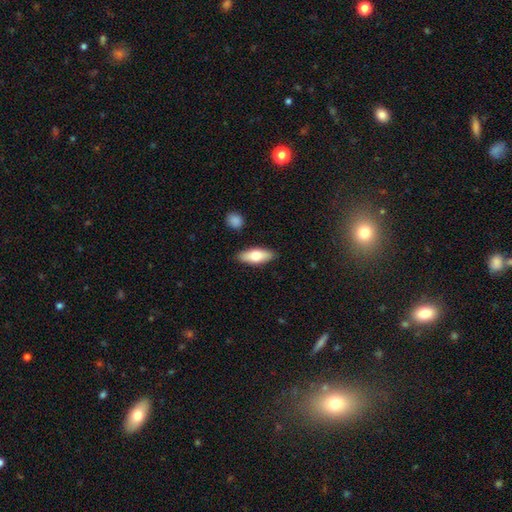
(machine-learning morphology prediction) type=smooth (73%); roundness=in between (74%); merging=none (87%).